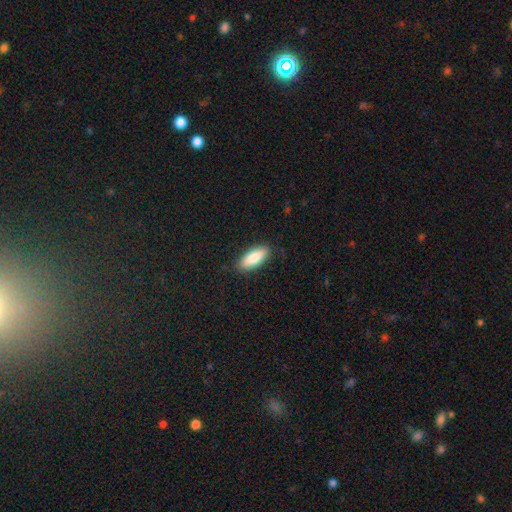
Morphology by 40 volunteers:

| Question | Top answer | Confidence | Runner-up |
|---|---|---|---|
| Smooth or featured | smooth | 75% | featured or disk (15%) |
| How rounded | in between | 67% | cigar-shaped (33%) |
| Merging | none | 78% | minor disturbance (17%) |